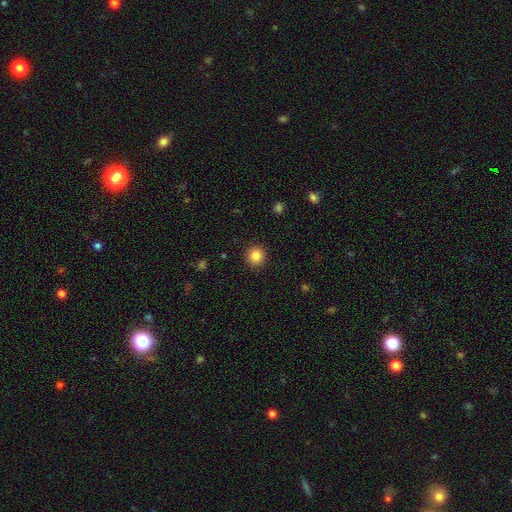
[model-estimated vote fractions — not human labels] smooth-or-featured: smooth: 85% | star or artifact: 10% | featured or disk: 5%
  how-rounded: round: 93% | in between: 6% | cigar-shaped: 1%
  merging: none: 92% | minor disturbance: 5% | major disturbance: 2% | merger: 1%